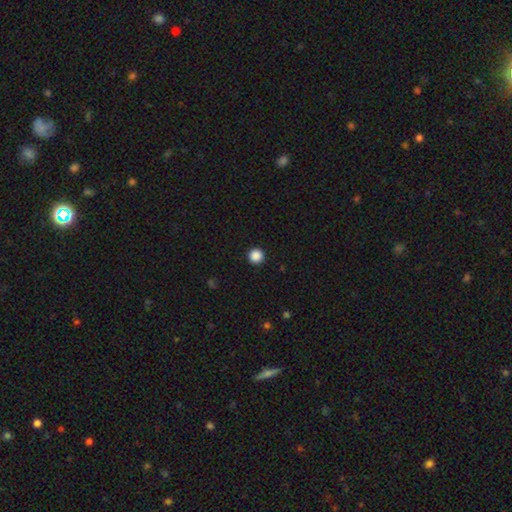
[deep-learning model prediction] A smooth galaxy with no disk features (88%) that is round (96%). Merging: none (94%).